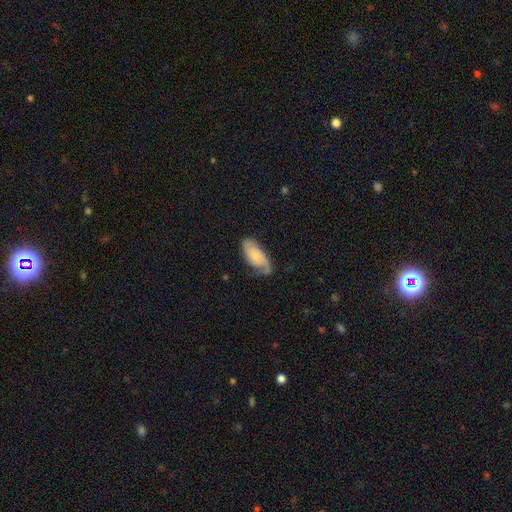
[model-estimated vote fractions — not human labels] A featured or disk galaxy (54%) with no bar (74%), spiral arms (88%) and a small central bulge (57%).

Vote fractions:
- Smooth or featured? featured or disk: 54% / smooth: 40% / star or artifact: 6%
- Edge-on disk? no: 93% / yes: 7%
- Bar? no: 74% / weak: 22% / strong: 5%
- Spiral arms? yes: 88% / no: 12%
- Bulge size? small: 57% / moderate: 29% / none: 8% / large: 4% / dominant: 2%
- Merging? none: 55% / minor disturbance: 29% / major disturbance: 13% / merger: 2%